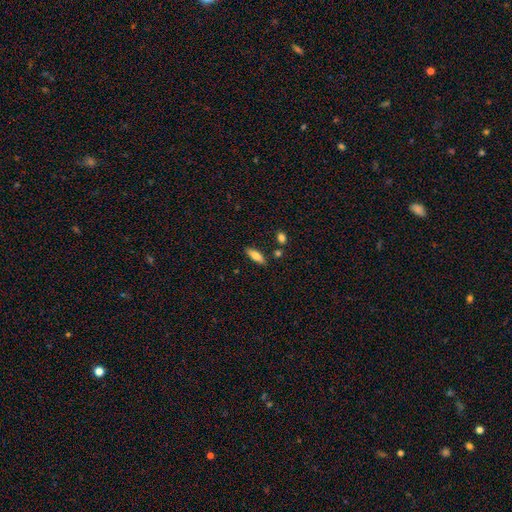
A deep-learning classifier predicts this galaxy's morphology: This appears to be a smooth galaxy with no disk features (76%) that is in between round and cigar-shaped (63%). Merging: none (83%).